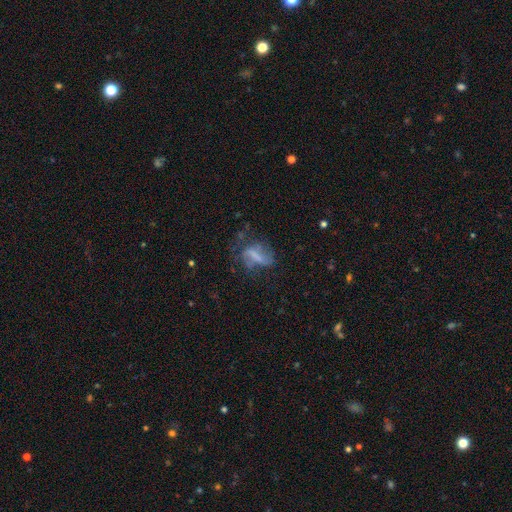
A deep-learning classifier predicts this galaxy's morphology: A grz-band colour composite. It shows a featured or disk galaxy (51%). Merging: none (38%).